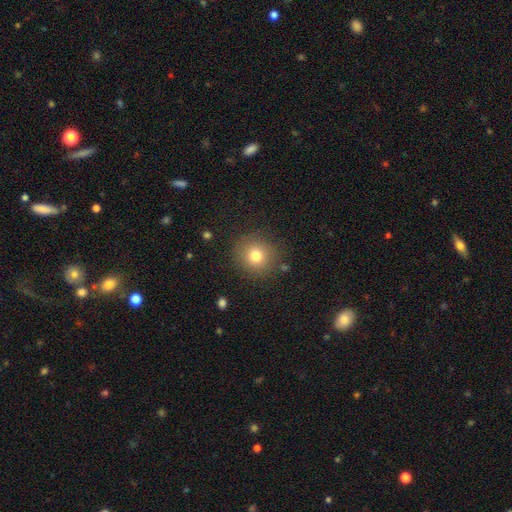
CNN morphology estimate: type=smooth (77%); roundness=round (92%); merging=none (87%).